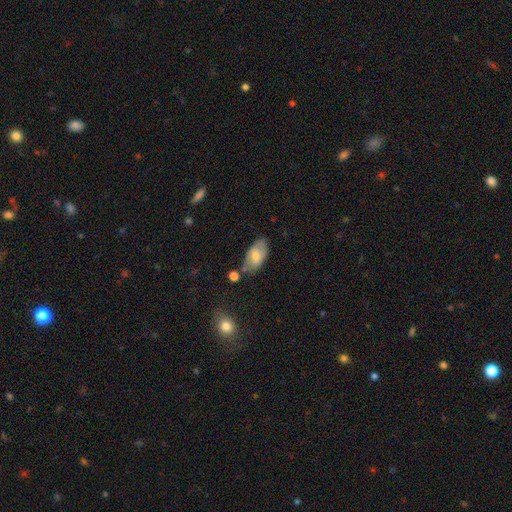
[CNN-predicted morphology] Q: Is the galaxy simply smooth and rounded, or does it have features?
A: smooth — 64%.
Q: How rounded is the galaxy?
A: in between — 92%.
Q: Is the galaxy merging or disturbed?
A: none — 61%.